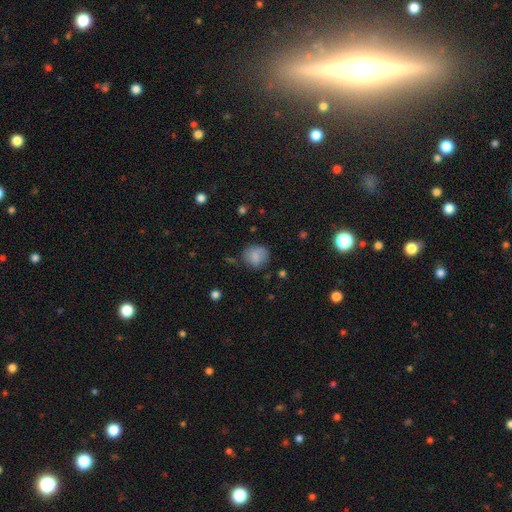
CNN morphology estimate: The model was most divided on "merging": none: 64%, minor disturbance: 24%, major disturbance: 9%, merger: 3%. More confident: smooth or featured — smooth (78%); how rounded — round (76%).